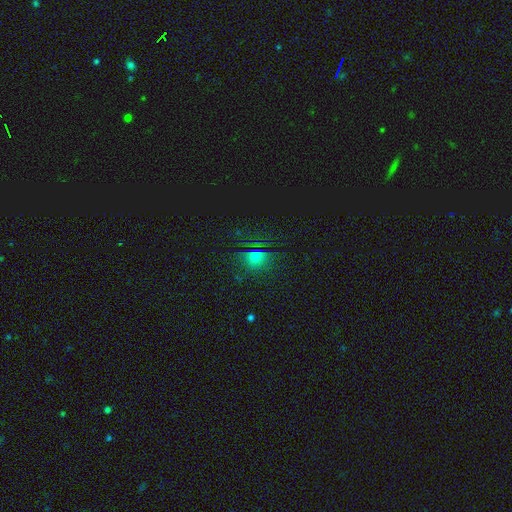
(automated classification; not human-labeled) Overall: smooth (55%; star or artifact 35%). How rounded: round (68%; in between 29%). Merging: none (80%).